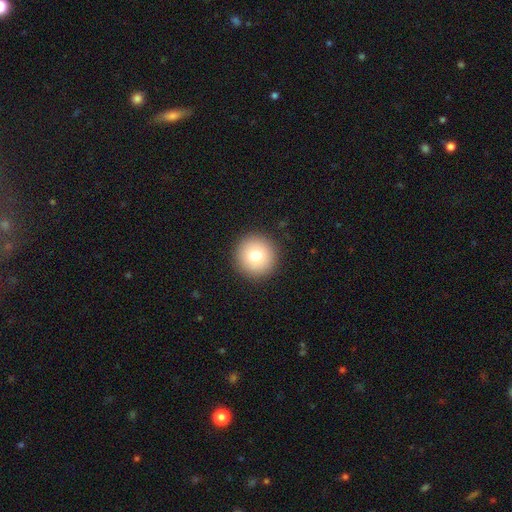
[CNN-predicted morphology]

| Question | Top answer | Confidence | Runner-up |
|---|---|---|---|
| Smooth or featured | smooth | 78% | featured or disk (12%) |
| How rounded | round | 96% | in between (3%) |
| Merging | none | 92% | minor disturbance (5%) |